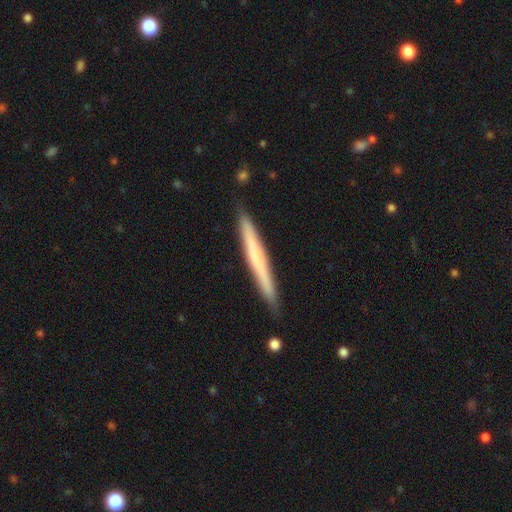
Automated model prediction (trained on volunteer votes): Smooth or featured? Predicted: smooth (p=0.50). How rounded? Predicted: cigar-shaped (p=0.97). Merging? Predicted: none (p=0.89).